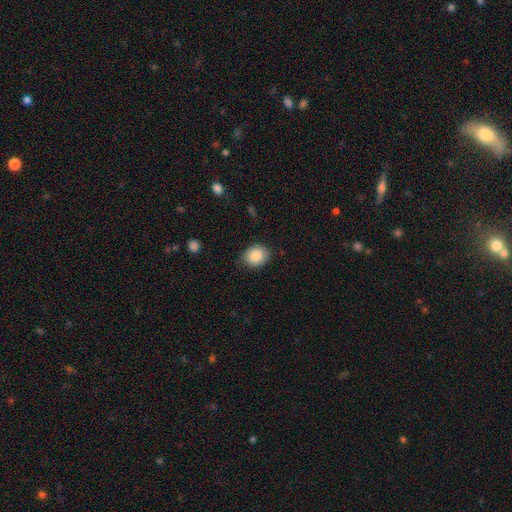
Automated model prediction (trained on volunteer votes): Q: Smooth or featured?
A: smooth (87%); runner-up: star or artifact (8%)
Q: How rounded?
A: in between (50%); tied with: round (50%)
Q: Merging?
A: none (80%); runner-up: minor disturbance (16%)